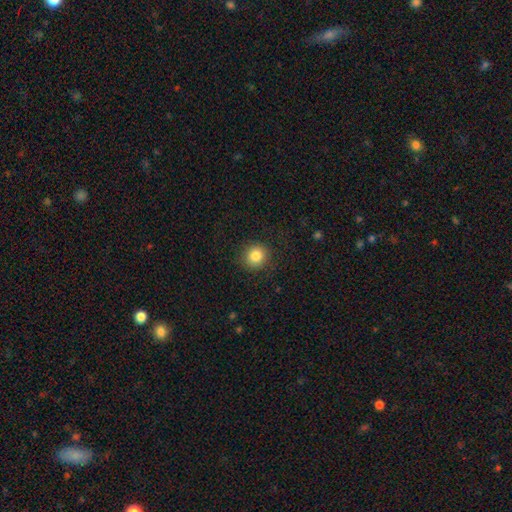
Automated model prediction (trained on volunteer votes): Smooth or featured?
  - smooth: 85% *
  - star or artifact: 10%
  - featured or disk: 5%
How rounded?
  - round: 90% *
  - in between: 9%
  - cigar-shaped: 1%
Merging?
  - none: 89% *
  - minor disturbance: 7%
  - major disturbance: 3%
  - merger: 1%